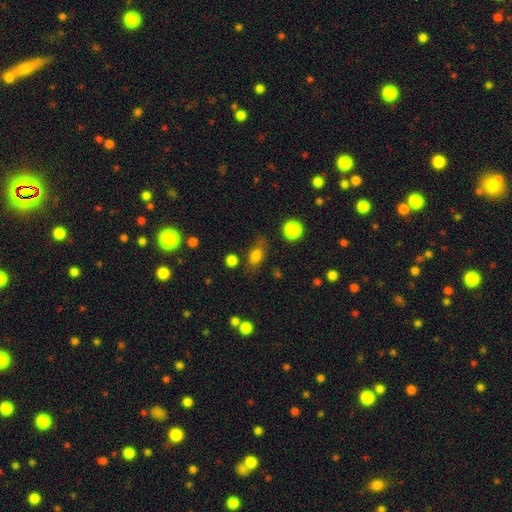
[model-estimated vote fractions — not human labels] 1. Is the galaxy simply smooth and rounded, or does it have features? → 79% smooth, 11% star or artifact, 10% featured or disk.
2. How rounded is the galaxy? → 73% in between, 22% round, 5% cigar-shaped.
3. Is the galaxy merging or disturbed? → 69% none, 19% minor disturbance, 7% major disturbance, 5% merger.